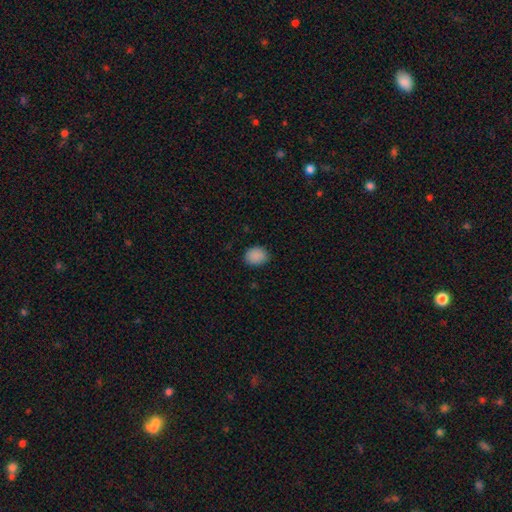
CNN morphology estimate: This appears to be a smooth galaxy with no disk features (88%) that is round (59%). Merging: none (86%).